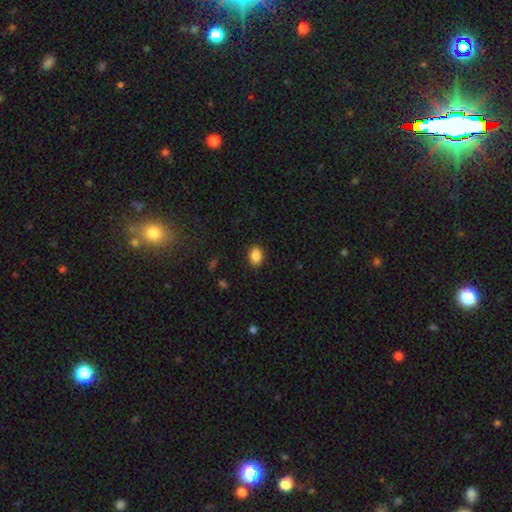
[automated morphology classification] This is clearly a smooth galaxy (88%). How rounded: likely in between (75%). Merging: clearly none (89%).